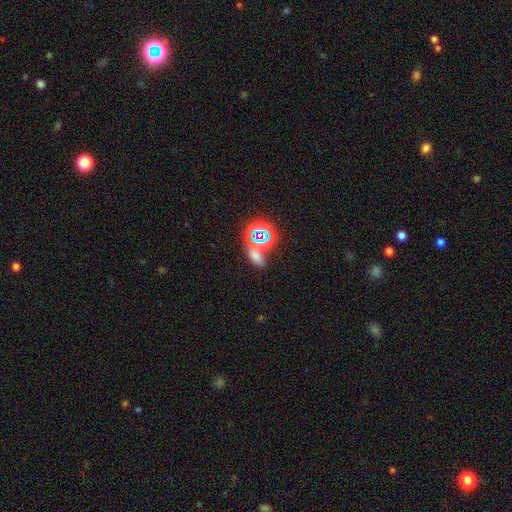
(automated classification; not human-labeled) Q: Smooth or featured?
A: smooth (49%); runner-up: star or artifact (41%)
Q: Merging?
A: none (53%); runner-up: merger (27%)